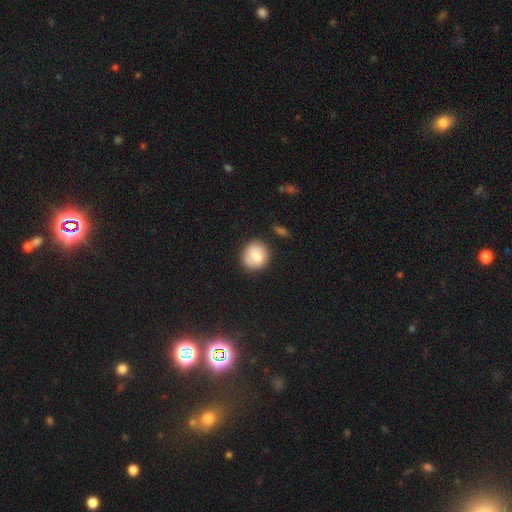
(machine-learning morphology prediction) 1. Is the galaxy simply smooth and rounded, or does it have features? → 78% smooth, 14% featured or disk, 8% star or artifact.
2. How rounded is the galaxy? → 84% round, 15% in between, 1% cigar-shaped.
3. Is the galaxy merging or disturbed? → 76% none, 17% minor disturbance, 4% major disturbance, 3% merger.